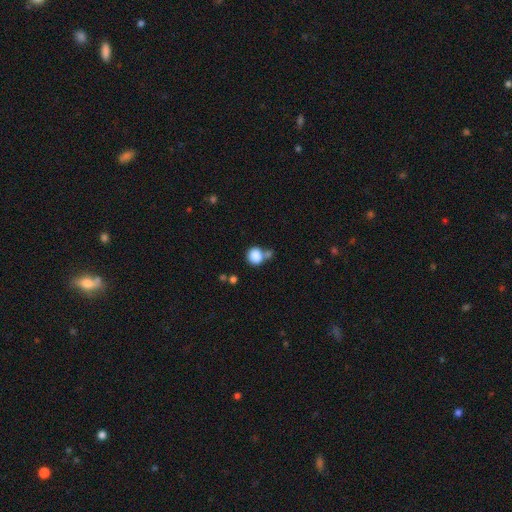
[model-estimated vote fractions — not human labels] This is clearly a smooth galaxy (85%). How rounded: clearly round (81%). Merging: possibly none (54%).